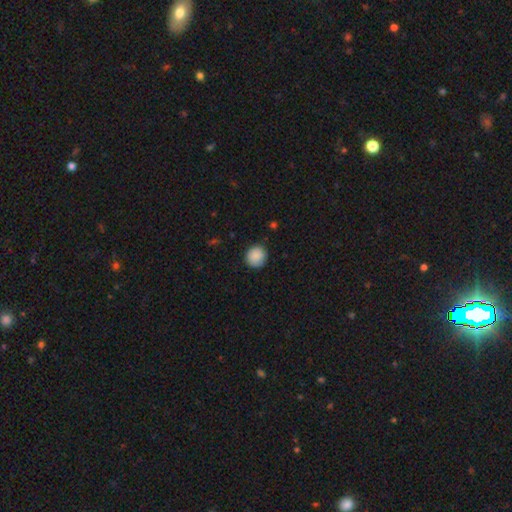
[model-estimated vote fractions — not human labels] A smooth galaxy with no disk features (89%) that is round (89%). Merging: none (86%).